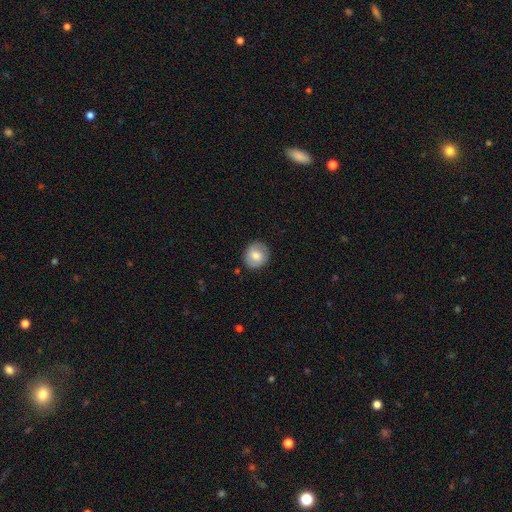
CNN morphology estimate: Overall: smooth (71%). How rounded: round (83%). Merging: none (86%).